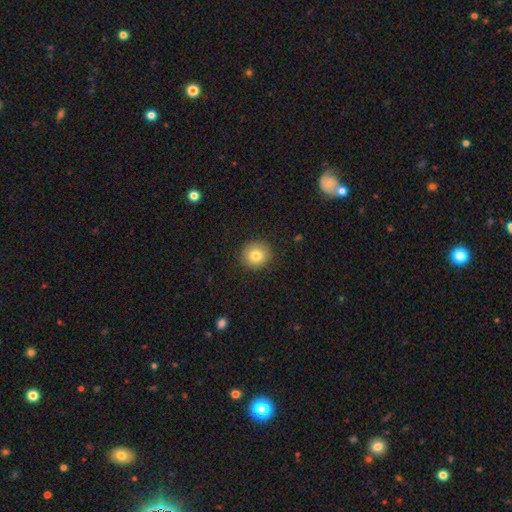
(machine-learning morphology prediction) The model was most divided on "smooth or featured": smooth: 80%, star or artifact: 10%, featured or disk: 10%. More confident: merging — none (91%); how rounded — round (89%).